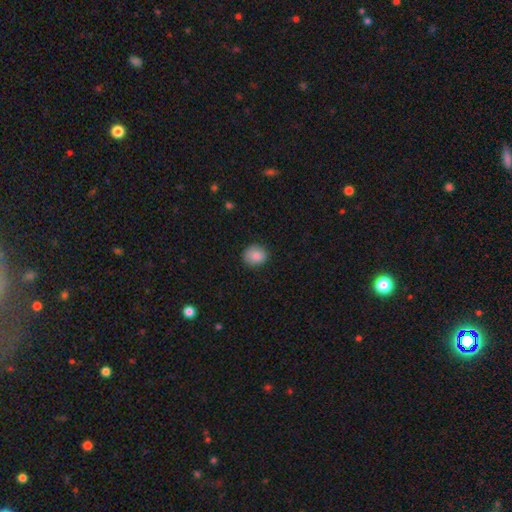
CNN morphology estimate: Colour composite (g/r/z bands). It shows a smooth galaxy with no disk features (86%) that is round (75%). Merging: none (87%).